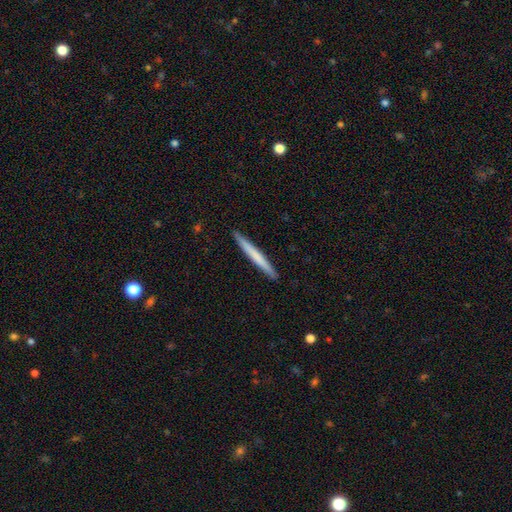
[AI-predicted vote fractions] The model was most divided on "smooth or featured": smooth: 63%, featured or disk: 32%, star or artifact: 5%. More confident: how rounded — cigar-shaped (97%); merging — none (92%).